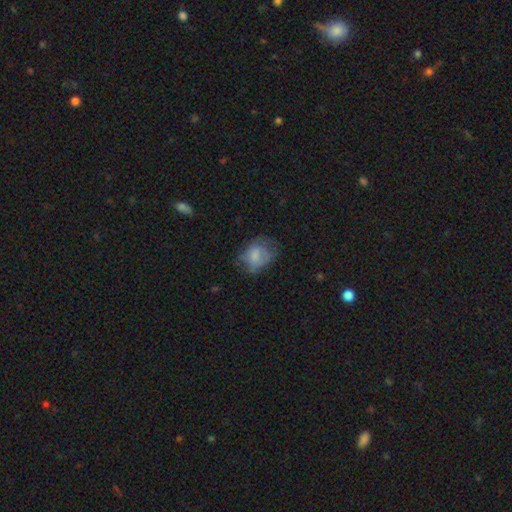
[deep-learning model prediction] A smooth galaxy with no disk features (68%) that is in between round and cigar-shaped (61%).

Vote fractions:
- Smooth or featured? smooth: 68% / featured or disk: 22% / star or artifact: 10%
- How rounded? in between: 61% / round: 38% / cigar-shaped: 1%
- Merging? none: 42% / minor disturbance: 31% / major disturbance: 25% / merger: 2%